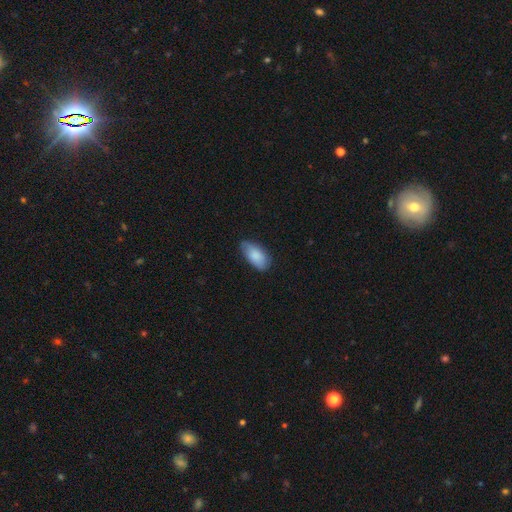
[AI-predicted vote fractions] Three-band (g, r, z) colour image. It shows a smooth galaxy with no disk features (83%) that is in between round and cigar-shaped (93%). Merging: none (70%).